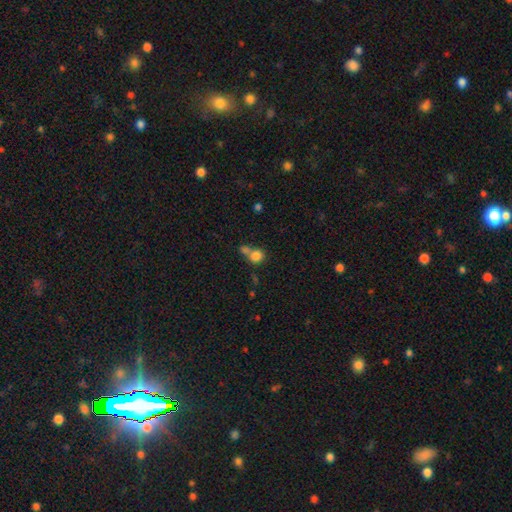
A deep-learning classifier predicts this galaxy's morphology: Smooth or featured: smooth — 81% (star or artifact — 11%)
How rounded: round — 83% (in between — 16%)
Merging: none — 44% (merger — 43%)